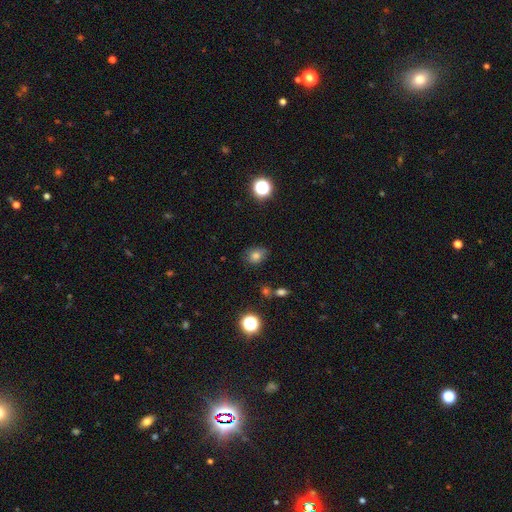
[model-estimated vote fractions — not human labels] Smooth or featured?
  - smooth: 77% *
  - star or artifact: 16%
  - featured or disk: 8%
How rounded?
  - in between: 51% *
  - round: 48%
  - cigar-shaped: 1%
Merging?
  - none: 76% *
  - minor disturbance: 17%
  - major disturbance: 4%
  - merger: 3%